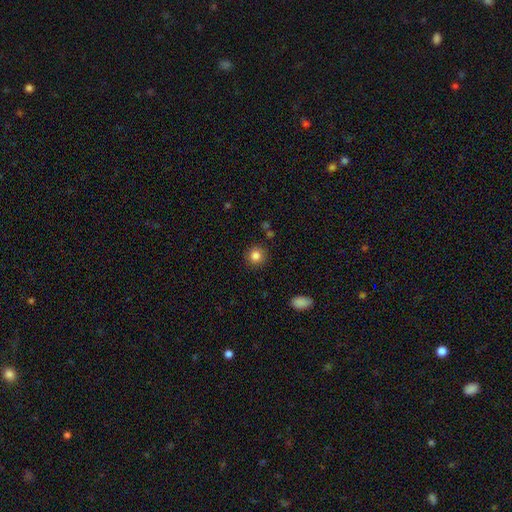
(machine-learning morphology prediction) smooth-or-featured: smooth: 84% | star or artifact: 11% | featured or disk: 6%
  how-rounded: round: 91% | in between: 8% | cigar-shaped: 1%
  merging: none: 89% | minor disturbance: 7% | major disturbance: 2% | merger: 2%